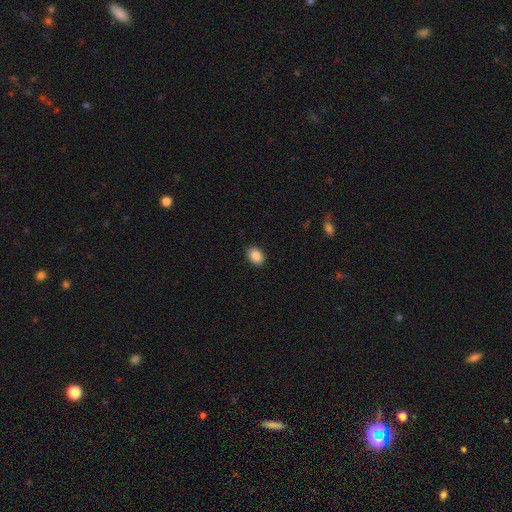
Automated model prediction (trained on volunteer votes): Smooth or featured: smooth — 89% (star or artifact — 8%)
How rounded: in between — 76% (round — 23%)
Merging: none — 89% (minor disturbance — 8%)